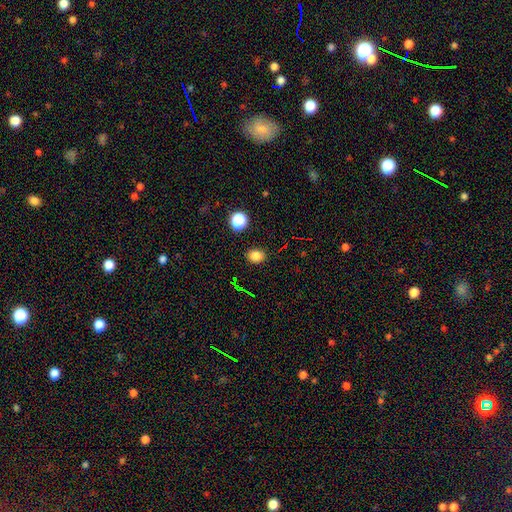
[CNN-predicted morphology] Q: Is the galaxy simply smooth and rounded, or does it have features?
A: smooth — 80%.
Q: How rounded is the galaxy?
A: in between — 50%.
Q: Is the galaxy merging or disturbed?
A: none — 88%.